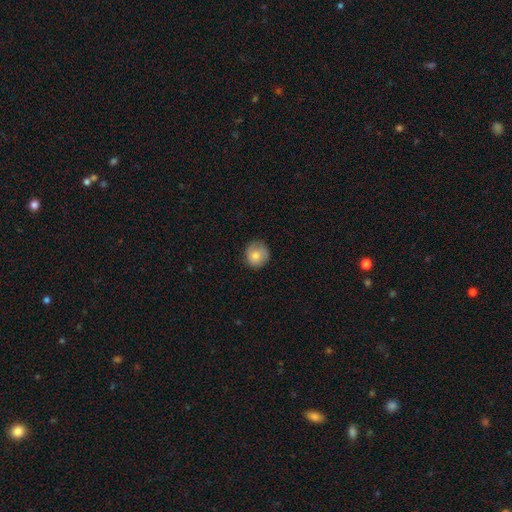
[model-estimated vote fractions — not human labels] Morphology: type=smooth (78%); roundness=round (90%); merging=none (78%).